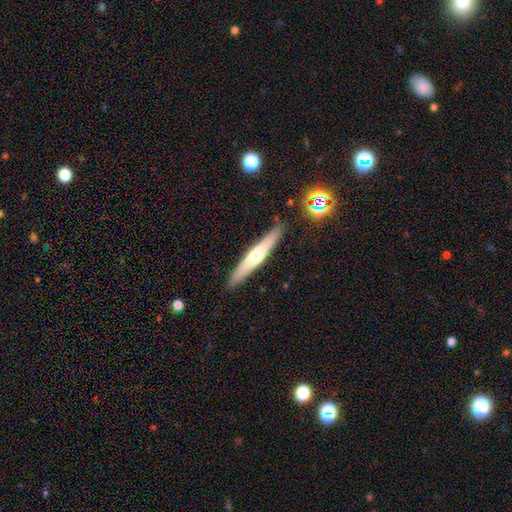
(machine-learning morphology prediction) Smooth or featured: featured or disk — 53% (smooth — 41%)
Edge-on disk: yes — 95% (no — 5%)
Edge-on bulge: rounded — 78% (none — 14%)
Merging: none — 89% (minor disturbance — 8%)